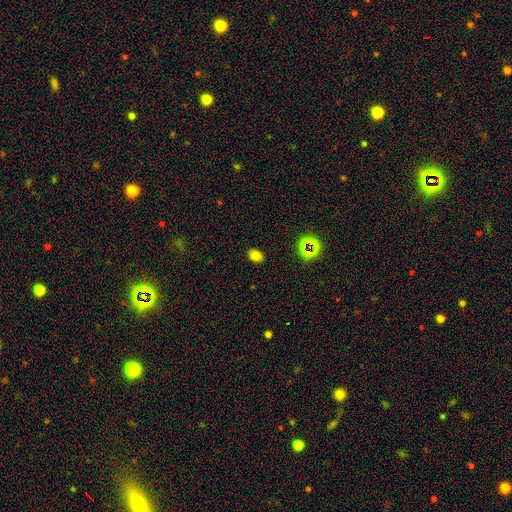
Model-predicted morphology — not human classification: Q: Smooth or featured?
A: smooth (76%); runner-up: star or artifact (18%)
Q: How rounded?
A: in between (71%); runner-up: round (28%)
Q: Merging?
A: none (87%); runner-up: minor disturbance (10%)